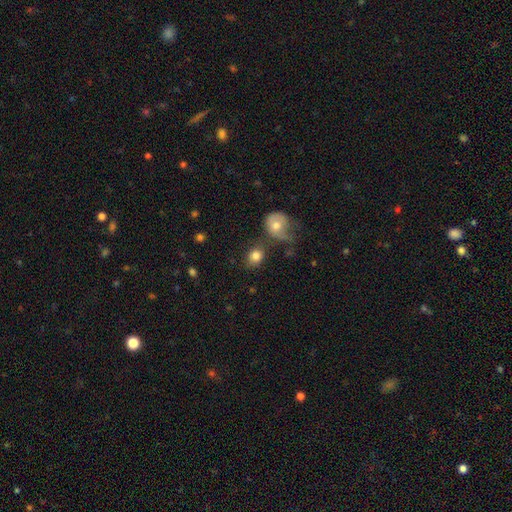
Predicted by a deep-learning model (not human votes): smooth_or_featured: smooth (p=0.81) [alt: featured or disk p=0.10]
how_rounded: round (p=0.57) [alt: in between p=0.42]
merging: none (p=0.60) [alt: minor disturbance p=0.16]